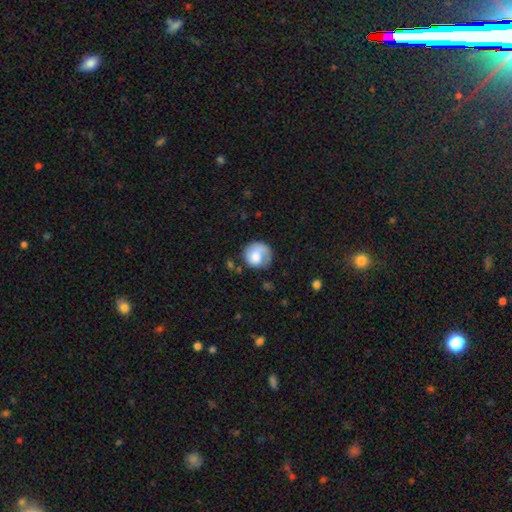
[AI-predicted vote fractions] The model was most divided on "smooth or featured": smooth: 63%, featured or disk: 30%, star or artifact: 6%. More confident: how rounded — round (86%); merging — none (58%).